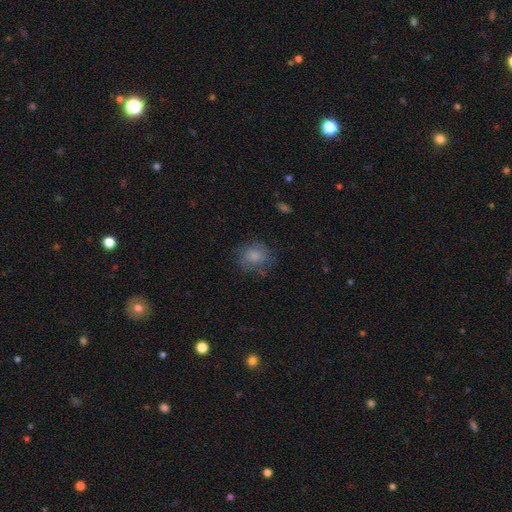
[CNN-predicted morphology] This is likely a smooth galaxy (62%). How rounded: likely round (70%). Merging: likely none (72%).